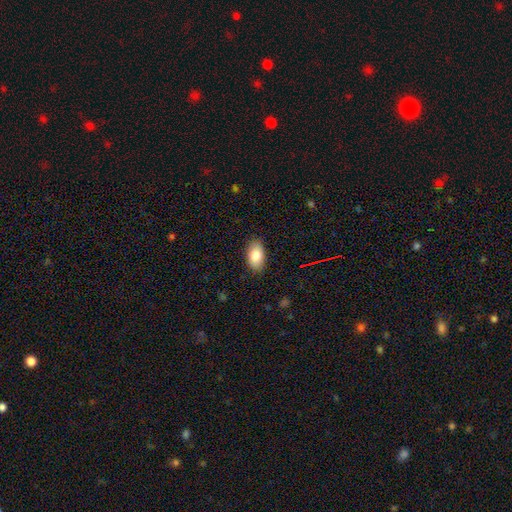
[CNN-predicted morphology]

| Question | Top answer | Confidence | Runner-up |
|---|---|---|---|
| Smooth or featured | smooth | 83% | featured or disk (10%) |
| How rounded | in between | 93% | round (4%) |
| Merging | none | 87% | minor disturbance (10%) |